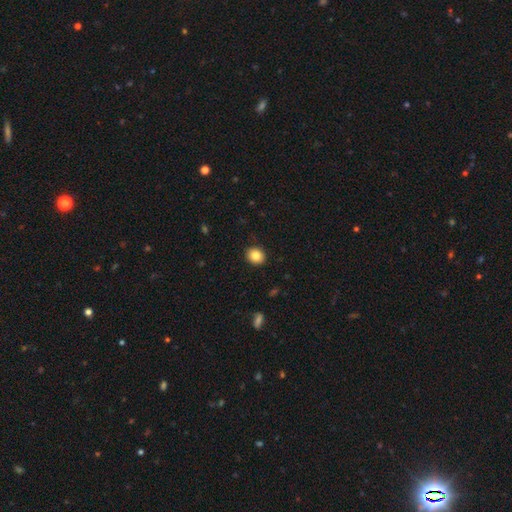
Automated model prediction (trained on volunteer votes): Smooth or featured?
  - smooth: 86% *
  - star or artifact: 9%
  - featured or disk: 5%
How rounded?
  - round: 67% *
  - in between: 32%
  - cigar-shaped: 1%
Merging?
  - none: 90% *
  - minor disturbance: 7%
  - major disturbance: 2%
  - merger: 1%